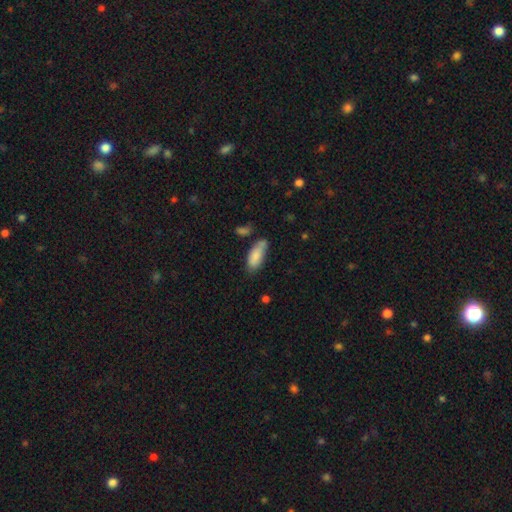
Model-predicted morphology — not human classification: The model was most divided on "merging": none: 57%, minor disturbance: 28%, merger: 8%, major disturbance: 7%. More confident: smooth or featured — smooth (83%); how rounded — in between (81%).